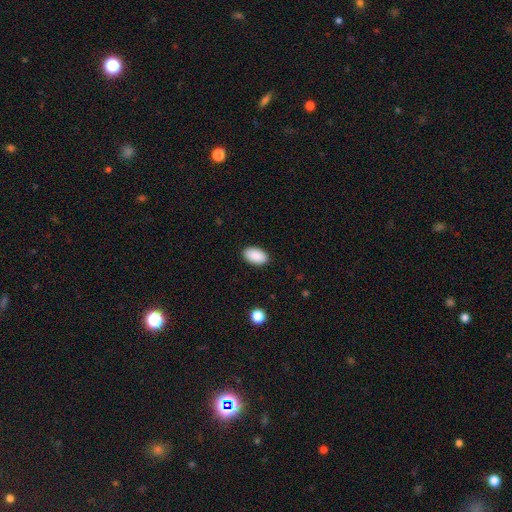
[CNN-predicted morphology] The model was most divided on "merging": none: 89%, minor disturbance: 8%, major disturbance: 2%, merger: 1%. More confident: how rounded — in between (95%); smooth or featured — smooth (91%).